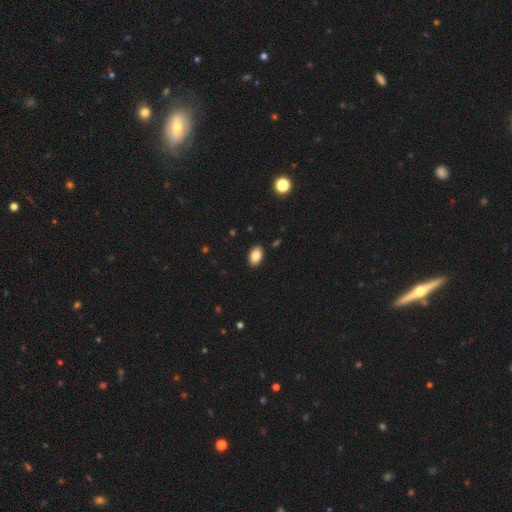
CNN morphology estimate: Overall: smooth (83%). How rounded: in between (91%). Merging: none (89%).